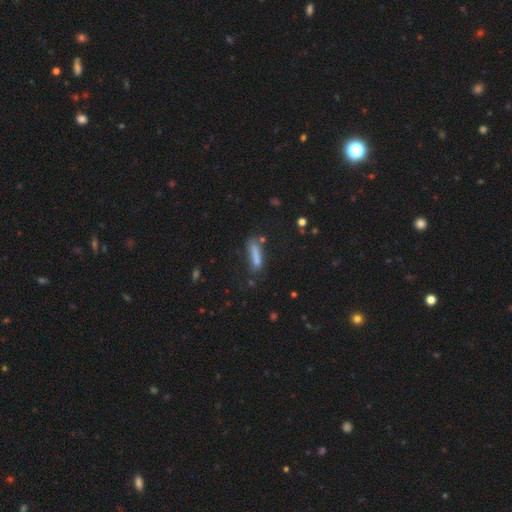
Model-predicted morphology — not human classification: This appears to be a smooth galaxy with no disk features (75%) that is cigar-shaped (72%). Merging: none (57%).